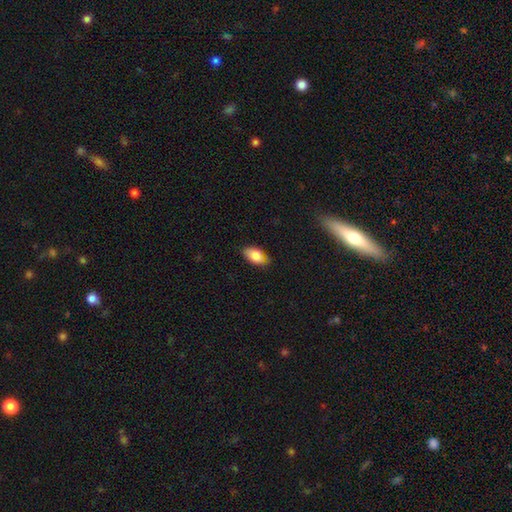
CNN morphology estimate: Q: Smooth or featured?
A: smooth (84%); runner-up: featured or disk (9%)
Q: How rounded?
A: in between (93%); runner-up: round (5%)
Q: Merging?
A: none (75%); runner-up: minor disturbance (21%)